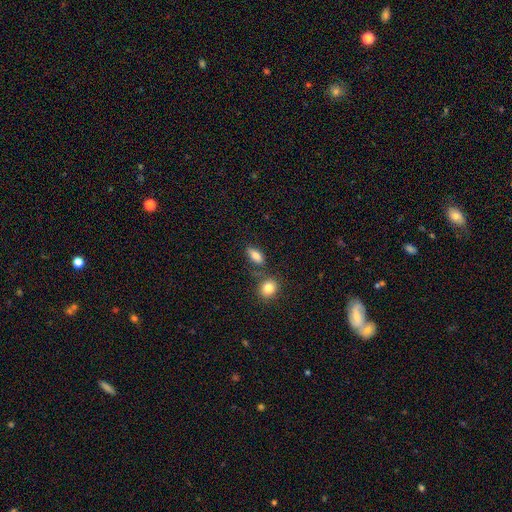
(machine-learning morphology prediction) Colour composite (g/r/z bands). It shows a smooth galaxy with no disk features (81%) that is in between round and cigar-shaped (82%). Merging: none (69%).